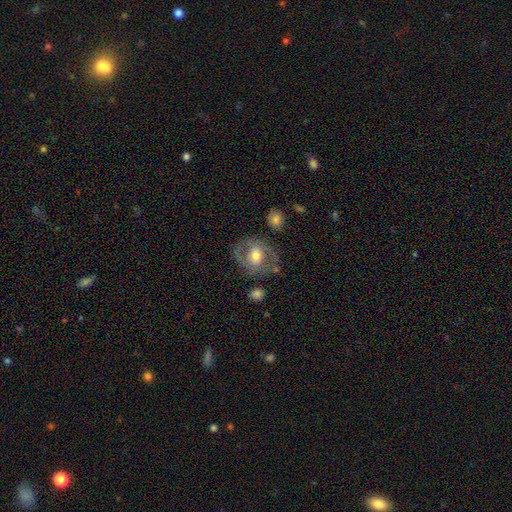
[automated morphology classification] smooth-or-featured: featured or disk: 62% | smooth: 32% | star or artifact: 6%
  disk-edge-on: no: 95% | yes: 5%
    bar: no: 52% | weak: 34% | strong: 14%
    has-spiral-arms: yes: 58% | no: 42%
    bulge-size: moderate: 66% | large: 17% | small: 14% | dominant: 2% | none: 1%
  merging: none: 69% | minor disturbance: 17% | major disturbance: 11% | merger: 4%